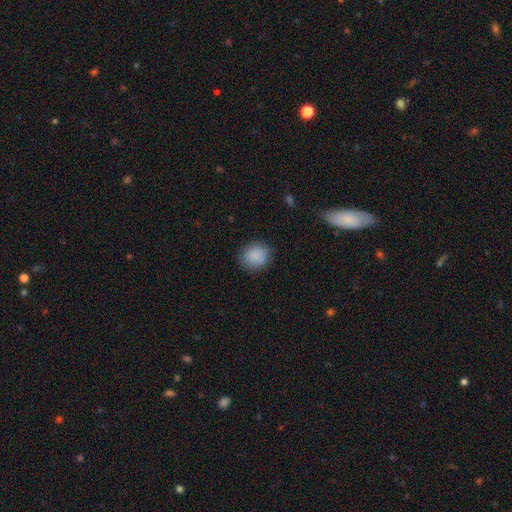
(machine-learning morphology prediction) smooth_or_featured: smooth (p=0.87) [alt: star or artifact p=0.08]
how_rounded: round (p=0.79) [alt: in between p=0.20]
merging: none (p=0.84) [alt: minor disturbance p=0.12]